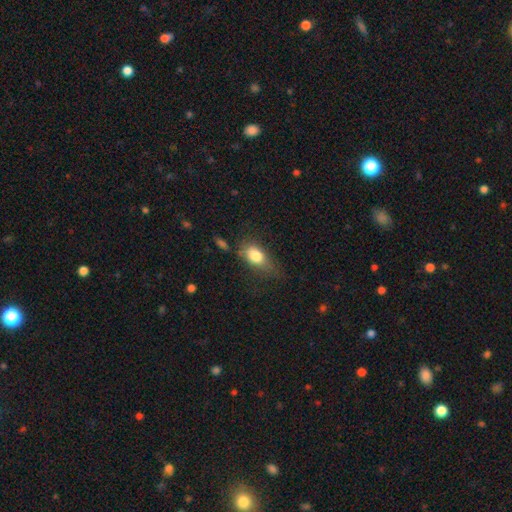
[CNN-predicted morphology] Smooth or featured? smooth (79%)
How rounded? in between (81%)
Merging? none (48%)